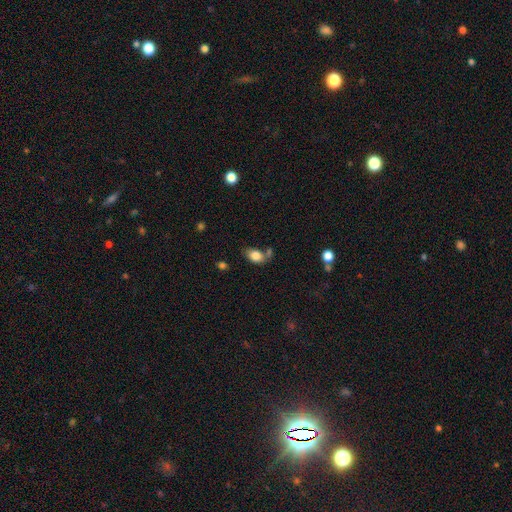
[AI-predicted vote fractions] Smooth or featured? Predicted: smooth (p=0.83). How rounded? Predicted: in between (p=0.81). Merging? Predicted: none (p=0.55).